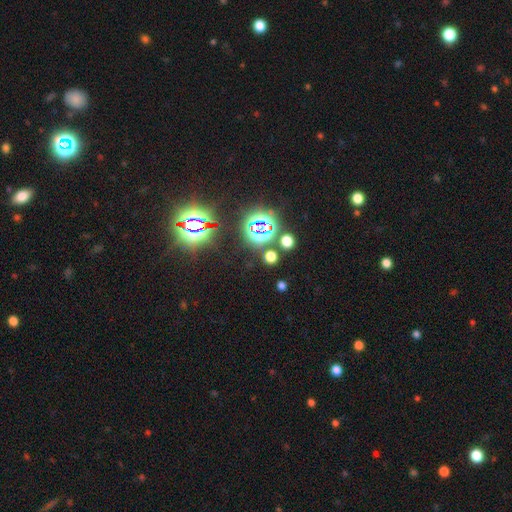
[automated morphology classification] Q: Smooth or featured?
A: star or artifact (84%); runner-up: smooth (10%)